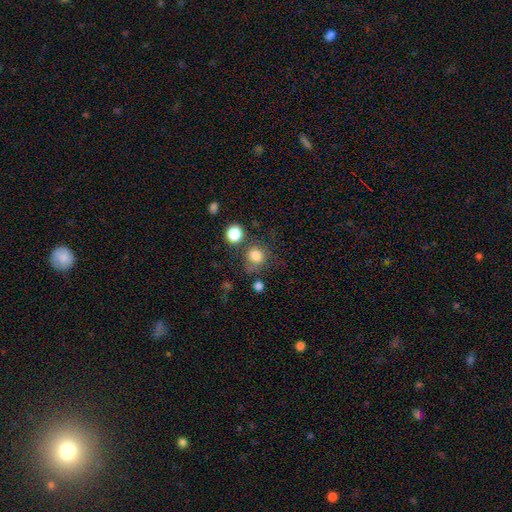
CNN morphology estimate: Smooth or featured?
  - smooth: 79% *
  - star or artifact: 13%
  - featured or disk: 8%
How rounded?
  - round: 83% *
  - in between: 16%
  - cigar-shaped: 1%
Merging?
  - none: 59% *
  - minor disturbance: 18%
  - merger: 12%
  - major disturbance: 11%